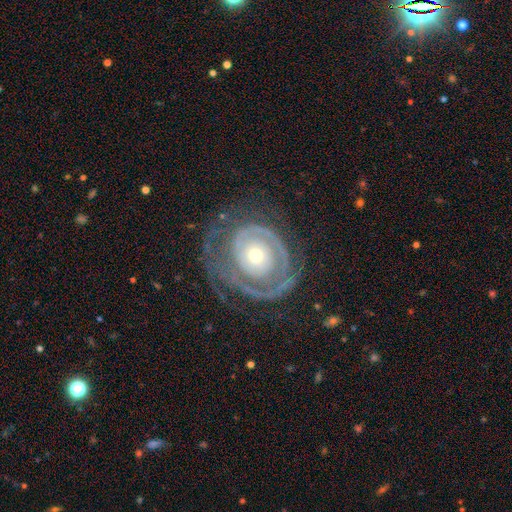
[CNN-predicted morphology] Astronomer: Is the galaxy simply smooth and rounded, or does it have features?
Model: featured or disk — 79%.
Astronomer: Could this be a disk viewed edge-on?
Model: no — 96%.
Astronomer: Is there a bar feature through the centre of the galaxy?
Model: no — 85%.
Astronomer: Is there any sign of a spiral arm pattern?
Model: yes — 75%.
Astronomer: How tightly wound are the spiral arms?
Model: tight — 71%.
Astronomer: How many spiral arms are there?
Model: can't tell — 36% (runner-up: 1, 23%).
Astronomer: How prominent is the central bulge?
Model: small — 54% (runner-up: moderate, 39%).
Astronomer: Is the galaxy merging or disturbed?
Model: none — 52%.